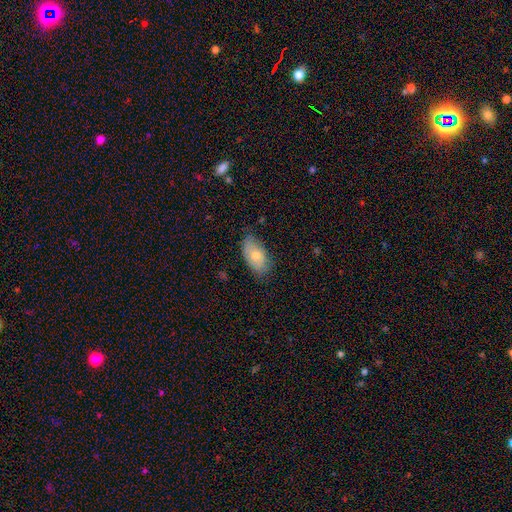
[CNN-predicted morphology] Smooth or featured: smooth — 67% (featured or disk — 26%)
How rounded: in between — 93% (round — 4%)
Merging: none — 75% (minor disturbance — 21%)